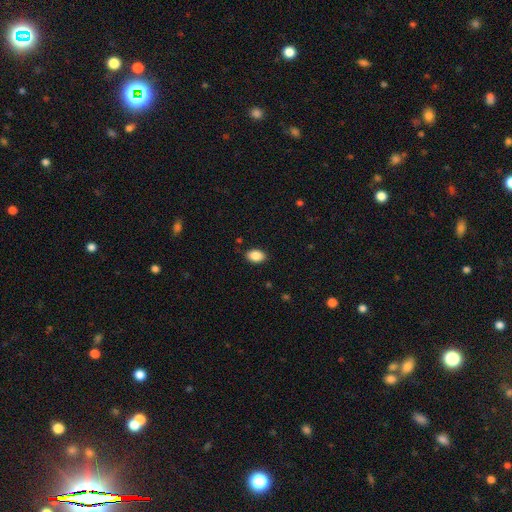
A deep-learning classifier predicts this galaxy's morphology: Q: Smooth or featured?
A: smooth (88%); runner-up: star or artifact (8%)
Q: How rounded?
A: in between (87%); runner-up: round (11%)
Q: Merging?
A: none (87%); runner-up: minor disturbance (10%)